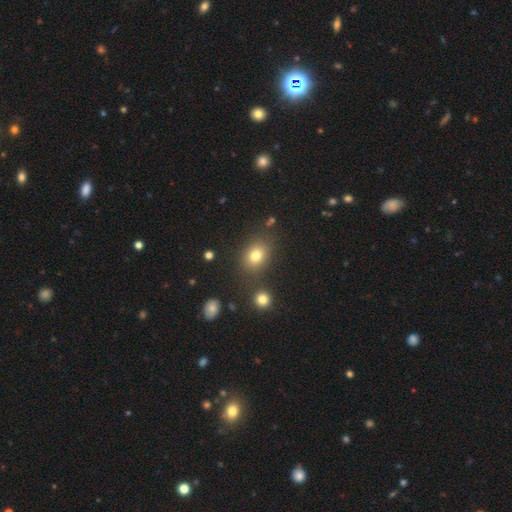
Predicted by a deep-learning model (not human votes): Morphology: type=smooth (77%); roundness=in between (53%); merging=none (78%).